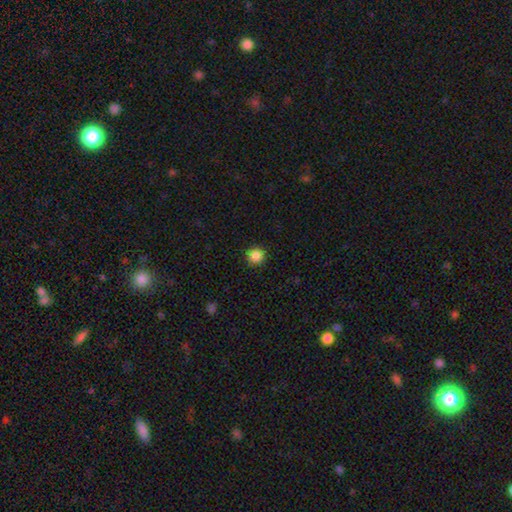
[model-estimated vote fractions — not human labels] Overall: smooth (86%). How rounded: round (95%). Merging: none (92%).